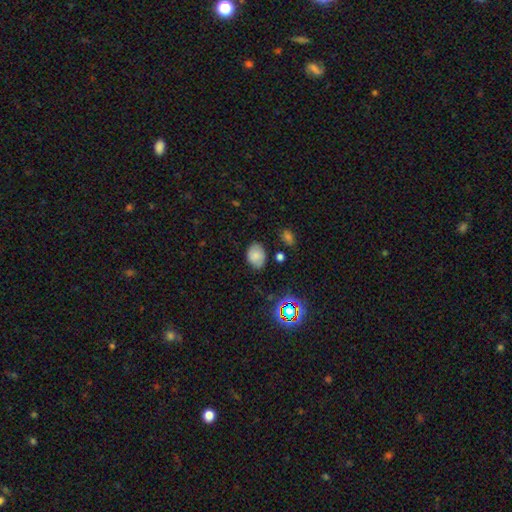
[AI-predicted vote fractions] smooth-or-featured: smooth: 74% | featured or disk: 13% | star or artifact: 12%
  how-rounded: in between: 70% | round: 29% | cigar-shaped: 1%
  merging: none: 73% | minor disturbance: 20% | major disturbance: 4% | merger: 3%